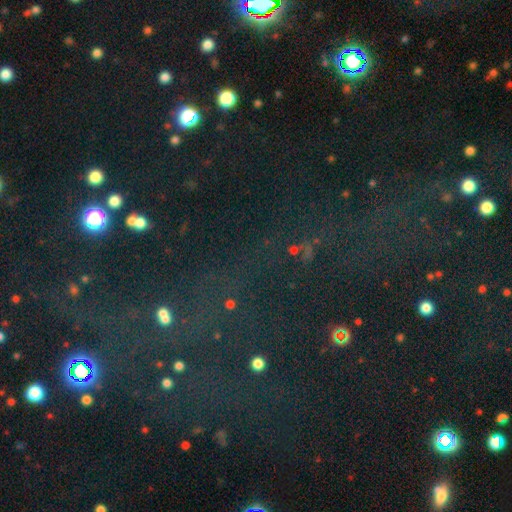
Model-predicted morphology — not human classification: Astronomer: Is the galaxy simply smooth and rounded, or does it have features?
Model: star or artifact — 71%.